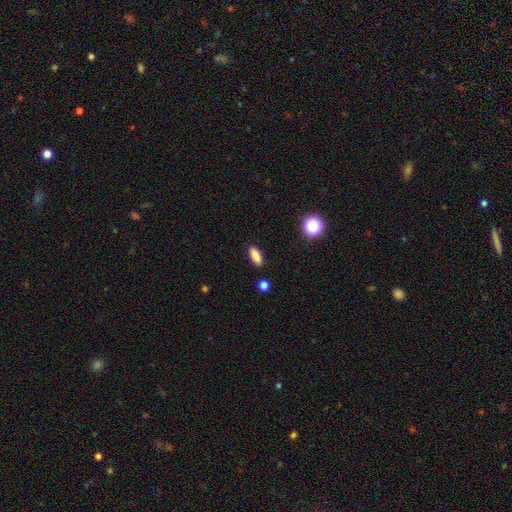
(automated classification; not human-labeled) A smooth galaxy with no disk features (86%) that is in between round and cigar-shaped (70%).

Vote fractions:
- Smooth or featured? smooth: 86% / star or artifact: 9% / featured or disk: 5%
- How rounded? in between: 70% / cigar-shaped: 26% / round: 4%
- Merging? none: 89% / minor disturbance: 7% / major disturbance: 2% / merger: 1%